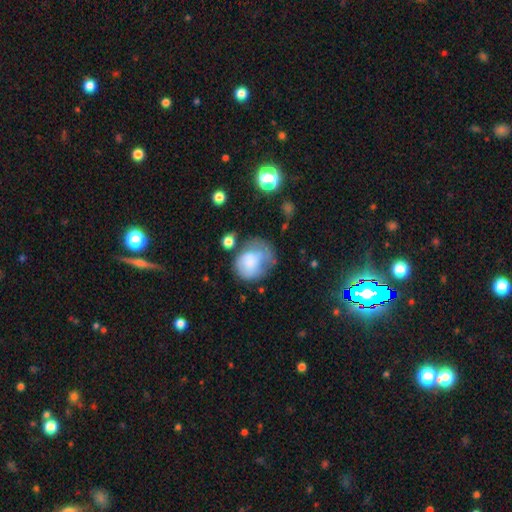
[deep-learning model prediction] Q: Smooth or featured?
A: smooth (58%); runner-up: featured or disk (26%)
Q: How rounded?
A: round (58%); runner-up: in between (41%)
Q: Merging?
A: none (46%); runner-up: minor disturbance (30%)